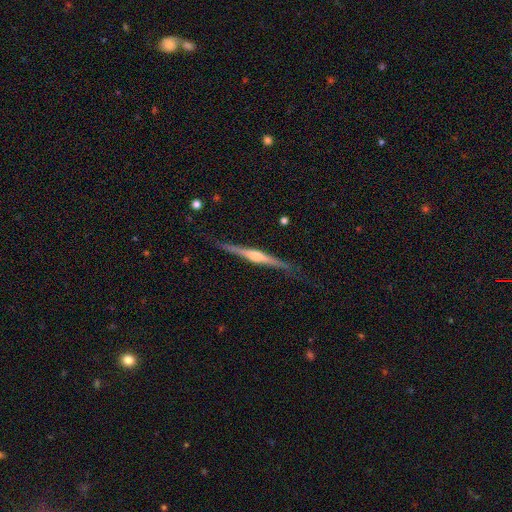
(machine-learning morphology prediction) Smooth or featured?
  - featured or disk: 78% *
  - smooth: 17%
  - star or artifact: 5%
Edge-on disk?
  - yes: 98% *
  - no: 2%
Edge-on bulge?
  - rounded: 80% *
  - boxy: 11%
  - none: 10%
Merging?
  - none: 84% *
  - minor disturbance: 12%
  - major disturbance: 2%
  - merger: 1%